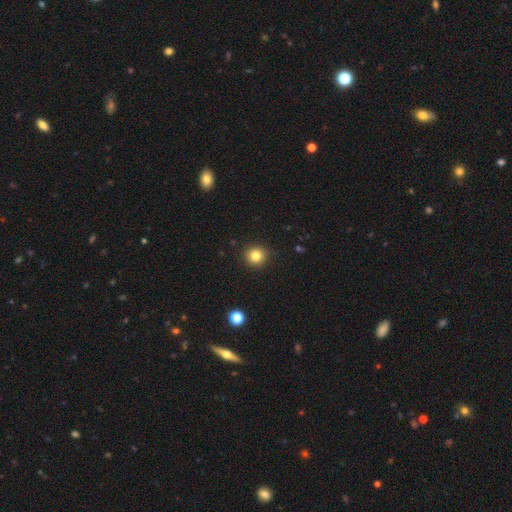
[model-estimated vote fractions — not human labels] This appears to be a smooth galaxy with no disk features (82%) that is round (91%). Merging: none (91%).